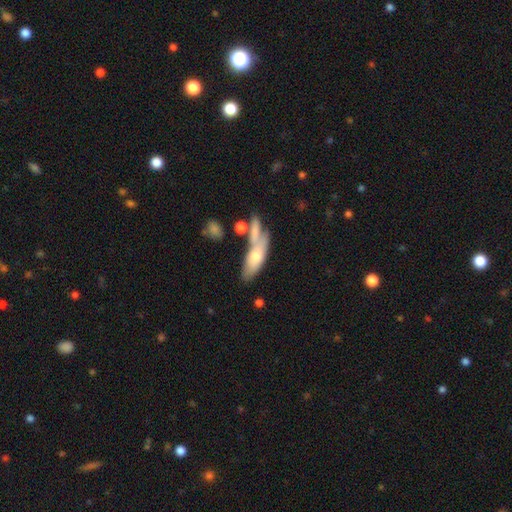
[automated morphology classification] Smooth or featured?
  - smooth: 60% *
  - featured or disk: 33%
  - star or artifact: 7%
How rounded?
  - in between: 59% *
  - cigar-shaped: 38%
  - round: 3%
Merging?
  - none: 39% *
  - merger: 32%
  - minor disturbance: 19%
  - major disturbance: 10%